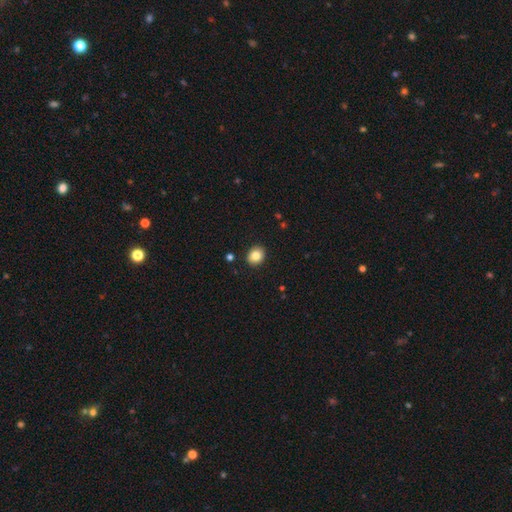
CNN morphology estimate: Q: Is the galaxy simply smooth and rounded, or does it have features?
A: smooth — 83%.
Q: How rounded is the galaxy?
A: round — 65%.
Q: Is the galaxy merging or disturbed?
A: none — 90%.